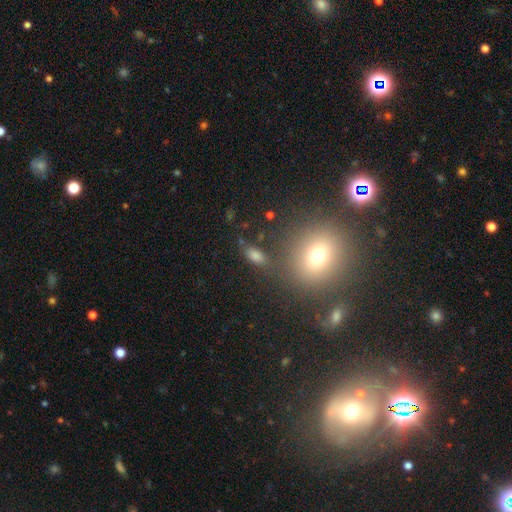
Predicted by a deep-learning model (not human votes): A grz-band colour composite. It shows a smooth galaxy with no disk features (79%) that is in between round and cigar-shaped (85%). Merging: none (77%).